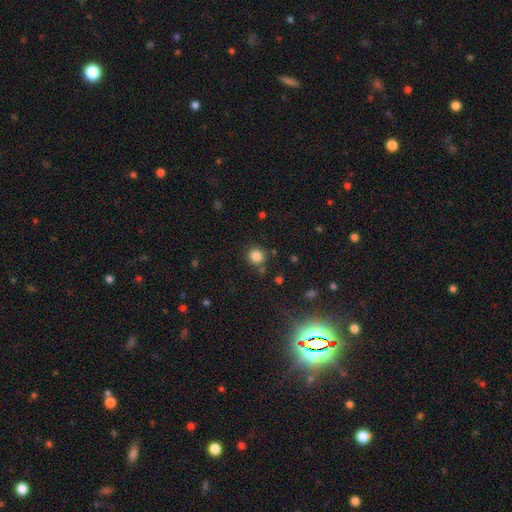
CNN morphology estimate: smooth-or-featured: smooth: 84% | star or artifact: 12% | featured or disk: 4%
  how-rounded: round: 92% | in between: 7% | cigar-shaped: 1%
  merging: none: 82% | minor disturbance: 9% | merger: 5% | major disturbance: 3%